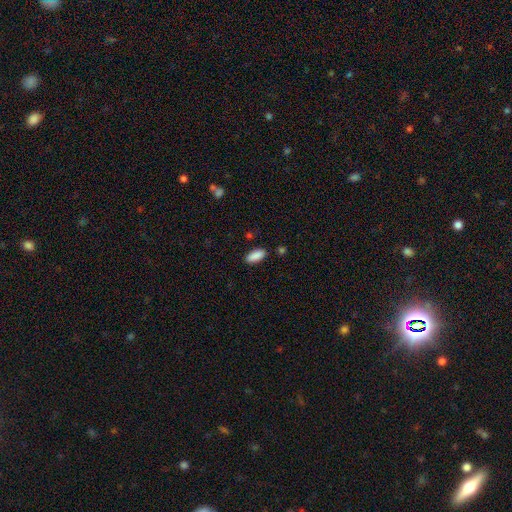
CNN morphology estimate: Smooth or featured?
  - smooth: 90% *
  - star or artifact: 7%
  - featured or disk: 4%
How rounded?
  - in between: 83% *
  - cigar-shaped: 15%
  - round: 2%
Merging?
  - none: 86% *
  - minor disturbance: 9%
  - merger: 2%
  - major disturbance: 2%